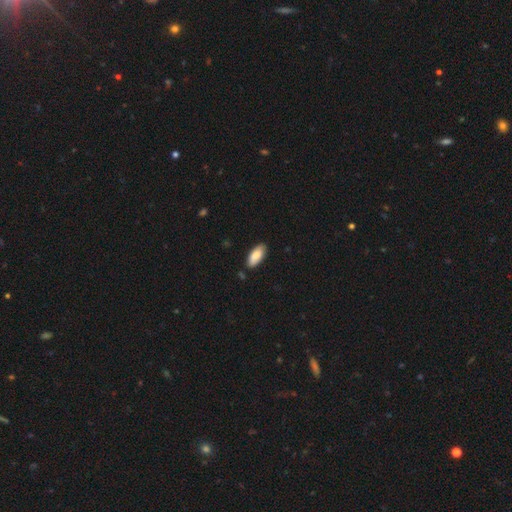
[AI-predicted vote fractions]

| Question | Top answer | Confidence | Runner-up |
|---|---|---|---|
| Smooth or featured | smooth | 86% | featured or disk (8%) |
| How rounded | in between | 87% | cigar-shaped (11%) |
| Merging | none | 84% | minor disturbance (13%) |